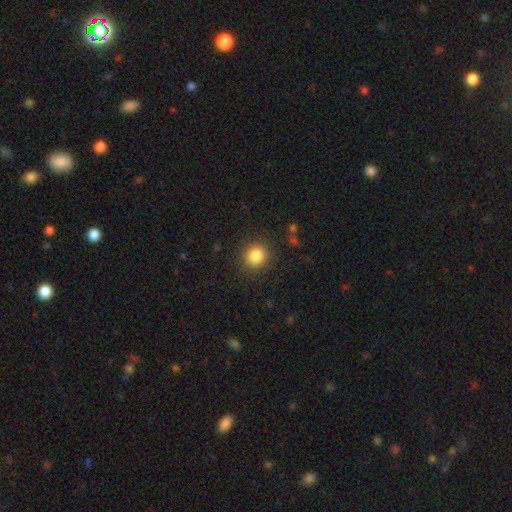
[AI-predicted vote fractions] Smooth or featured?
  - smooth: 84% *
  - star or artifact: 11%
  - featured or disk: 5%
How rounded?
  - round: 90% *
  - in between: 9%
  - cigar-shaped: 1%
Merging?
  - none: 89% *
  - minor disturbance: 7%
  - major disturbance: 3%
  - merger: 1%